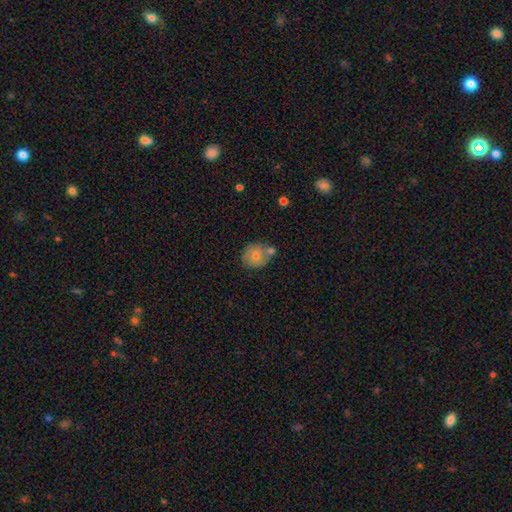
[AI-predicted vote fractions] Overall: smooth (72%). How rounded: round (84%). Merging: none (59%; merger 20%).